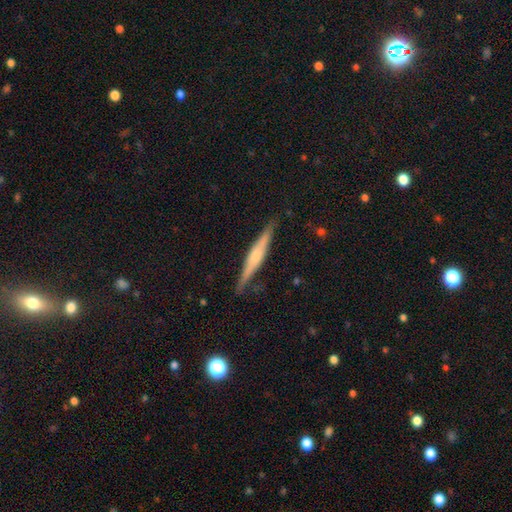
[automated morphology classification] smooth-or-featured: featured or disk: 63% | smooth: 31% | star or artifact: 6%
  disk-edge-on: yes: 96% | no: 4%
    edge-on-bulge: rounded: 64% | boxy: 19% | none: 17%
  merging: none: 85% | minor disturbance: 12% | major disturbance: 2% | merger: 1%